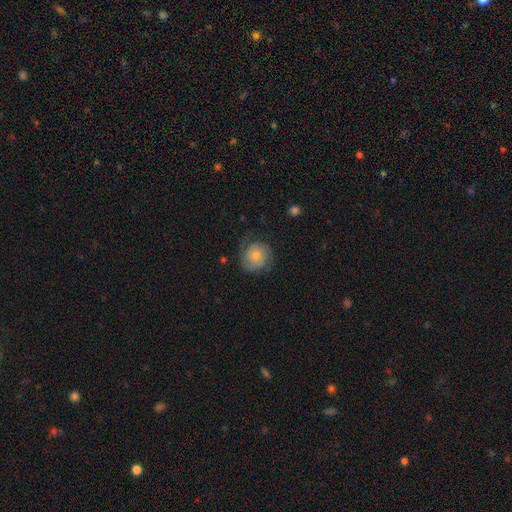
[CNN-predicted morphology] type=featured or disk (55%); edge-on=no (98%); bar=no (77%); spiral arms=yes (88%); bulge=moderate (47%); merging=none (69%).